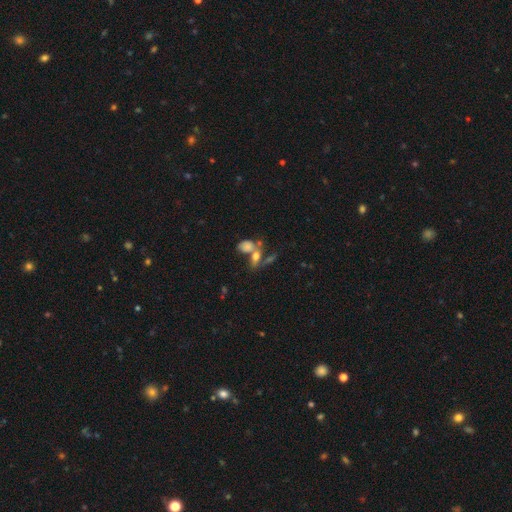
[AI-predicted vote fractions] This appears to be a smooth galaxy with no disk features (61%) that is in between round and cigar-shaped (69%). Merging: merger (42%).